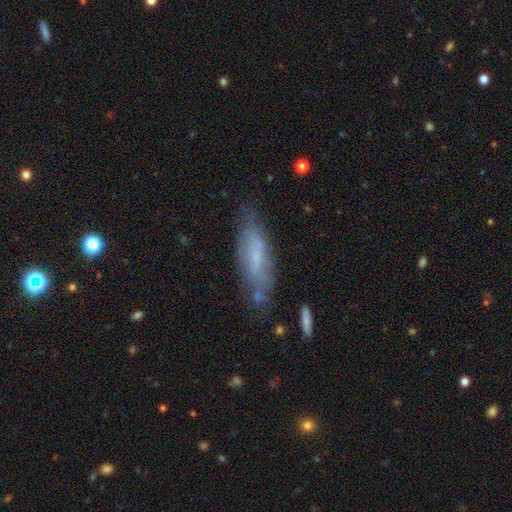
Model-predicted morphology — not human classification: This is possibly a smooth galaxy (52%). How rounded: possibly cigar-shaped (52%). Merging: likely none (67%).